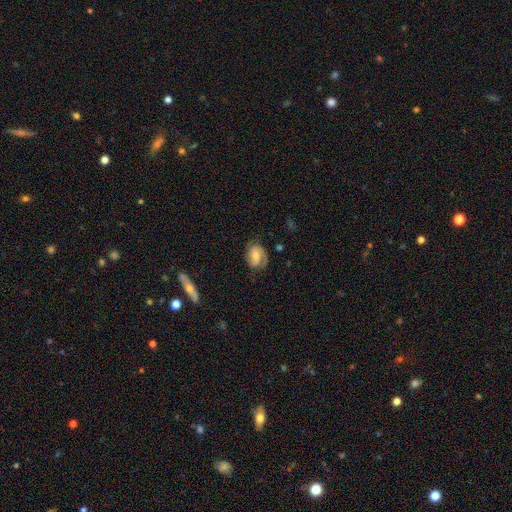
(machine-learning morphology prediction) This appears to be a featured or disk galaxy (55%) with no bar (58%), spiral arms (86%) and a moderate central bulge (47%). Merging: none (62%).